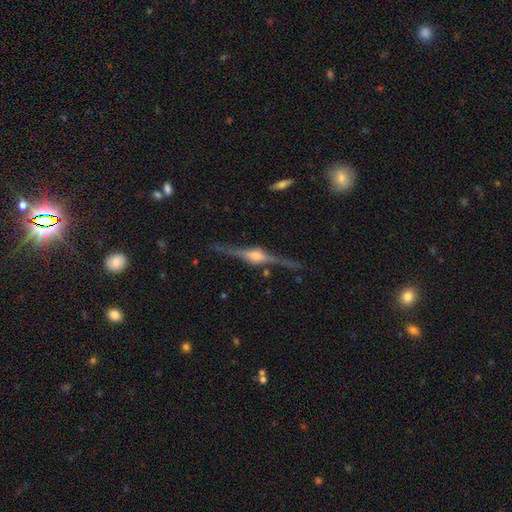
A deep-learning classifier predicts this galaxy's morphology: Smooth or featured? featured or disk (88%)
Edge-on disk? yes (98%)
Edge-on bulge? rounded (88%)
Merging? none (87%)